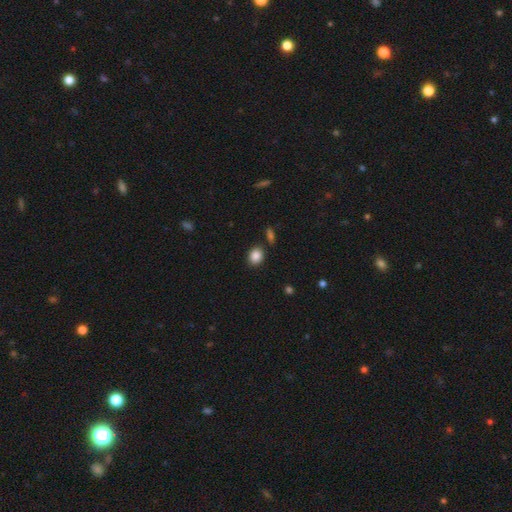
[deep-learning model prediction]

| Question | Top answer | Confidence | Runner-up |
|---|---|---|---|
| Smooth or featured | smooth | 86% | star or artifact (9%) |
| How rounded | round | 55% | in between (44%) |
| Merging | none | 84% | minor disturbance (9%) |